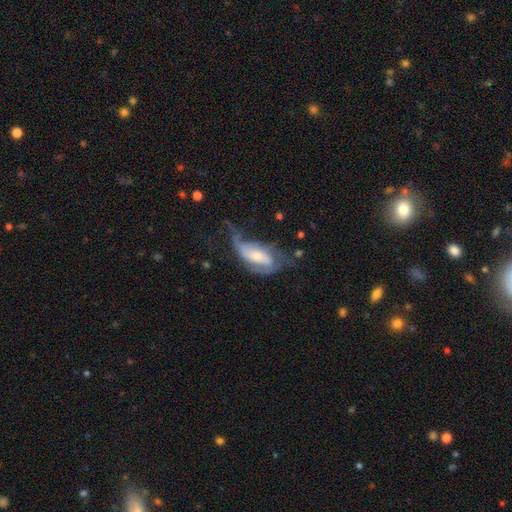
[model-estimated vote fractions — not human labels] Morphology: type=featured or disk (72%); edge-on=no (93%); bar=no (48%); spiral arms=yes (85%); winding=medium (39%); arm count=2 (51%); bulge=moderate (47%); merging=major disturbance (40%).